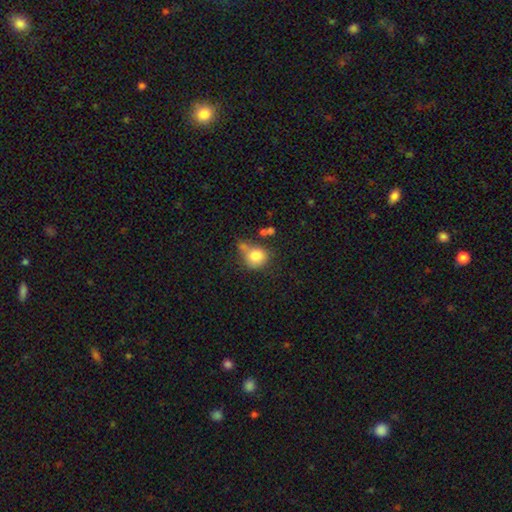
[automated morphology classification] This is clearly a smooth galaxy (81%). How rounded: likely round (78%). Merging: possibly none (48%).